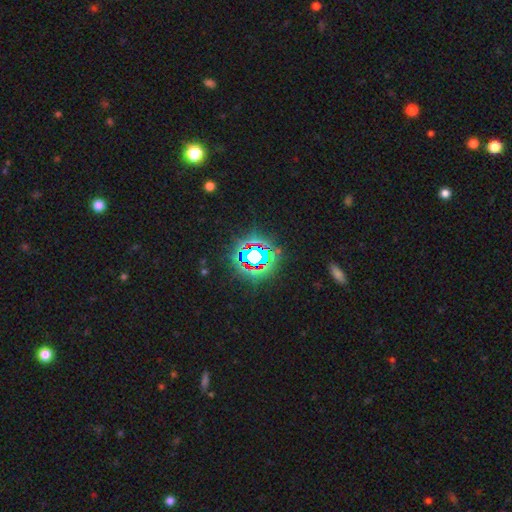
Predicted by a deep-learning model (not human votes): A star or artifact, not a galaxy (75%).